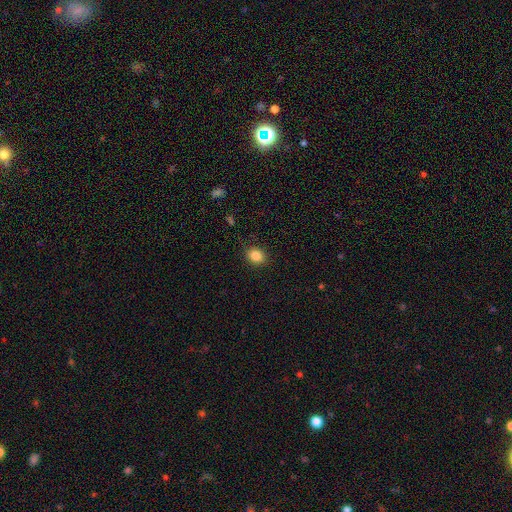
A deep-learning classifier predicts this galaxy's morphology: A smooth galaxy with no disk features (85%) that is round (52%).

Vote fractions:
- Smooth or featured? smooth: 85% / star or artifact: 10% / featured or disk: 5%
- How rounded? round: 52% / in between: 47% / cigar-shaped: 1%
- Merging? none: 87% / minor disturbance: 10% / major disturbance: 3% / merger: 1%